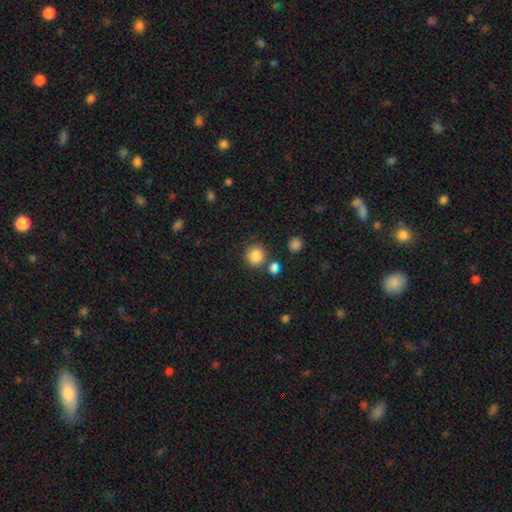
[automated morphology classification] Smooth or featured? smooth (85%)
How rounded? round (91%)
Merging? none (80%)